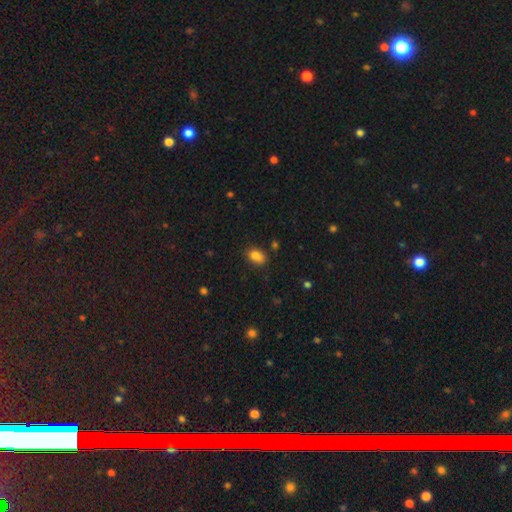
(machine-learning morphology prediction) This appears to be a smooth galaxy with no disk features (83%) that is in between round and cigar-shaped (82%). Merging: none (78%).